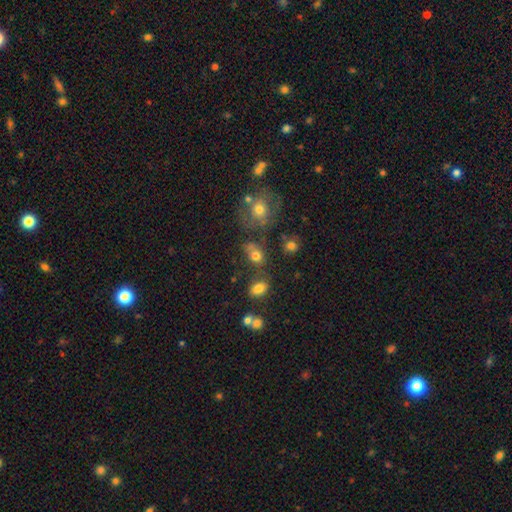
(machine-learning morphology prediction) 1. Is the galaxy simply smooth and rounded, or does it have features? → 76% smooth, 14% star or artifact, 10% featured or disk.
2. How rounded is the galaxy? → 64% in between, 34% round, 2% cigar-shaped.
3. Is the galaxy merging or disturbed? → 56% none, 18% minor disturbance, 17% merger, 9% major disturbance.